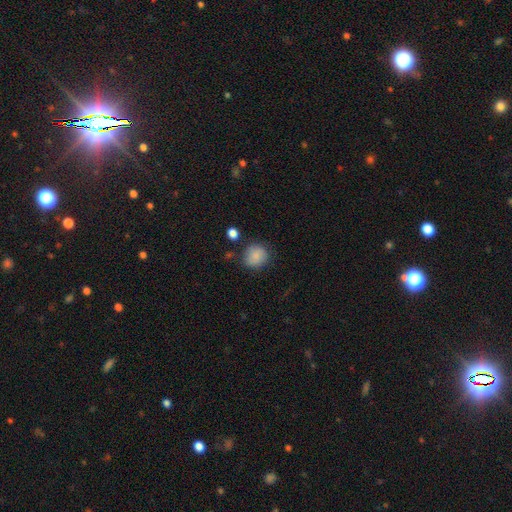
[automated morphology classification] Smooth or featured? Predicted: smooth (p=0.85). How rounded? Predicted: round (p=0.82). Merging? Predicted: none (p=0.77).